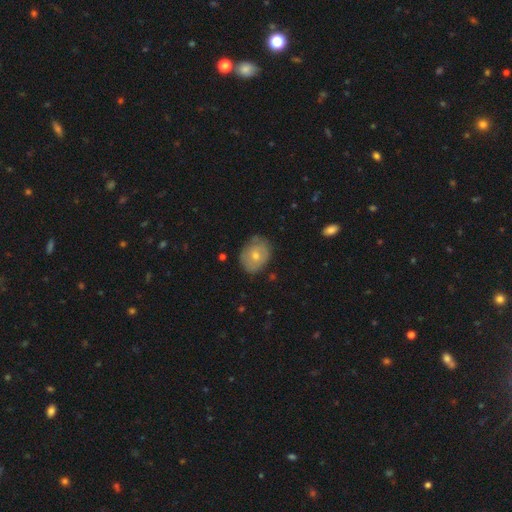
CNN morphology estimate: smooth-or-featured: smooth: 59% | featured or disk: 34% | star or artifact: 7%
  how-rounded: round: 50% | in between: 49% | cigar-shaped: 1%
  merging: none: 67% | minor disturbance: 26% | major disturbance: 6% | merger: 2%